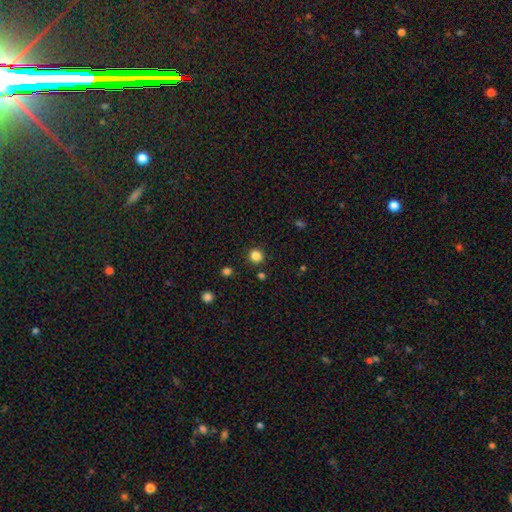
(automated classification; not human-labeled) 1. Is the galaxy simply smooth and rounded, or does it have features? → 84% smooth, 12% star or artifact, 4% featured or disk.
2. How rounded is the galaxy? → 92% round, 7% in between, 1% cigar-shaped.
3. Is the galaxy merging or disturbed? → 90% none, 6% minor disturbance, 2% merger, 2% major disturbance.